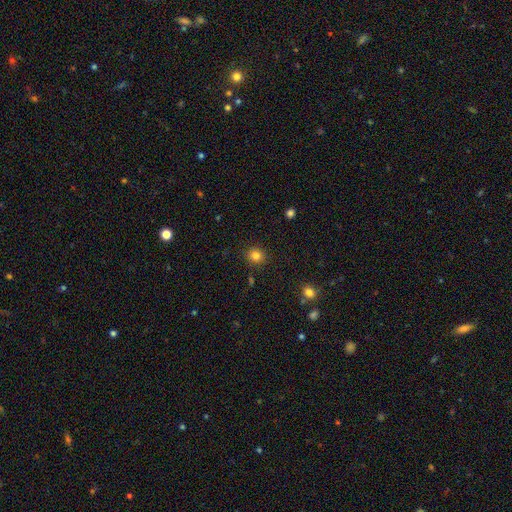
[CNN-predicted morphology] Smooth or featured? Predicted: smooth (p=0.82). How rounded? Predicted: round (p=0.88). Merging? Predicted: none (p=0.90).